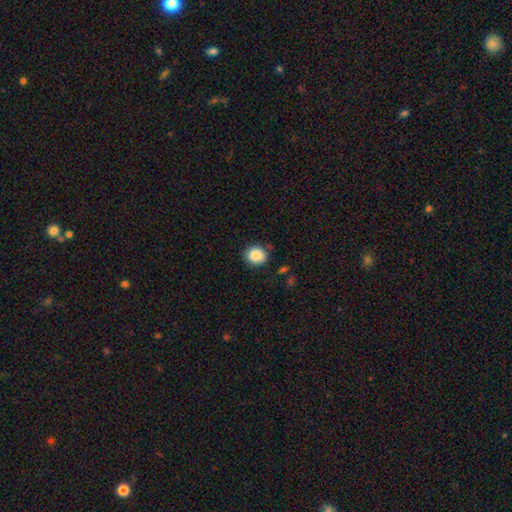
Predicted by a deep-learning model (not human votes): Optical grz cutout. It shows a smooth galaxy with no disk features (87%) that is round (76%). Merging: none (84%).